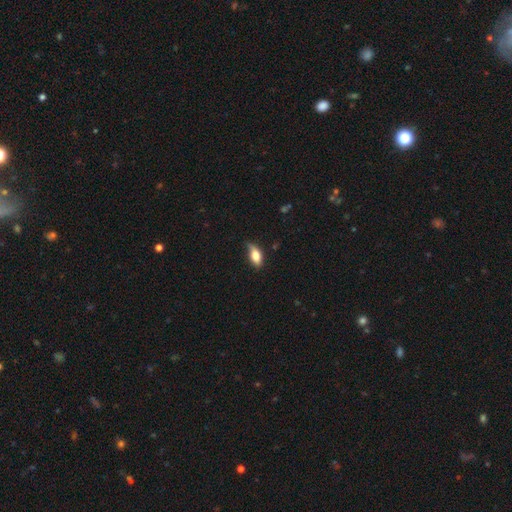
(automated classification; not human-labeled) Smooth or featured: smooth — 73% (featured or disk — 20%)
How rounded: in between — 84% (cigar-shaped — 12%)
Merging: none — 45% (minor disturbance — 41%)